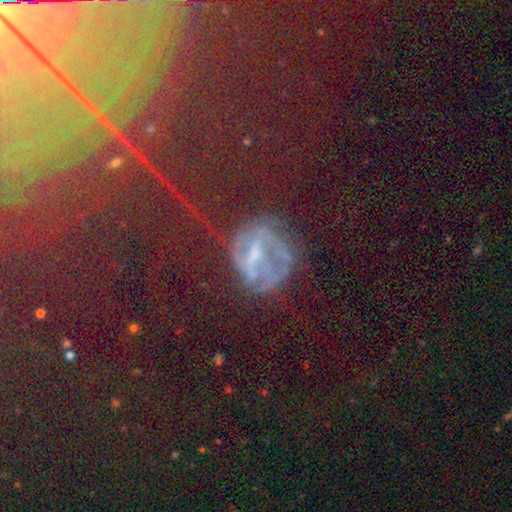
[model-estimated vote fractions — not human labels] The model was most divided on "smooth or featured": star or artifact: 52%, featured or disk: 27%, smooth: 21%.